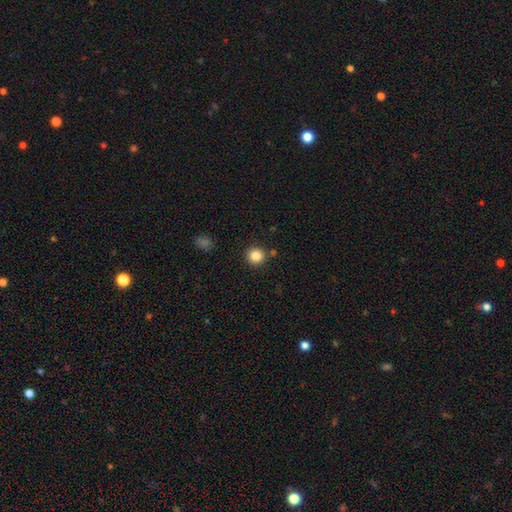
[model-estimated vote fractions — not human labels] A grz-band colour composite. It shows a smooth galaxy with no disk features (85%) that is round (94%). Merging: none (88%).